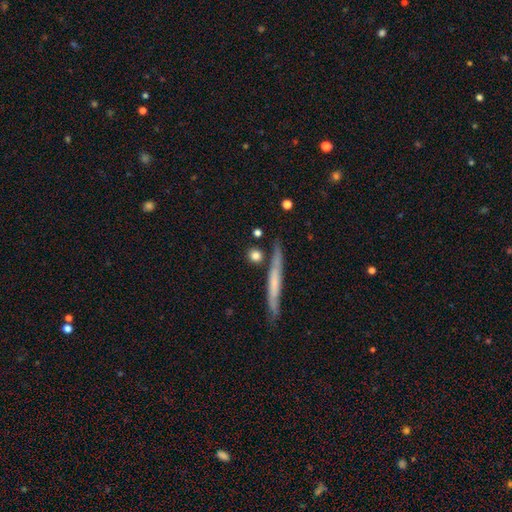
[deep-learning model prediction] This is likely a smooth galaxy (79%). How rounded: likely round (72%). Merging: likely none (78%).